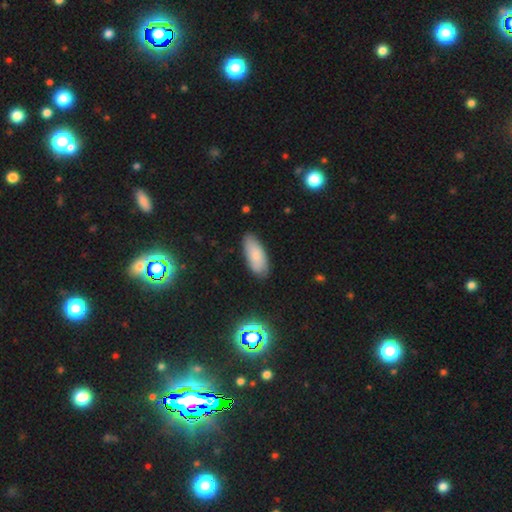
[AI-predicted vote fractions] This appears to be a smooth galaxy with no disk features (79%) that is in between round and cigar-shaped (83%). Merging: none (81%).